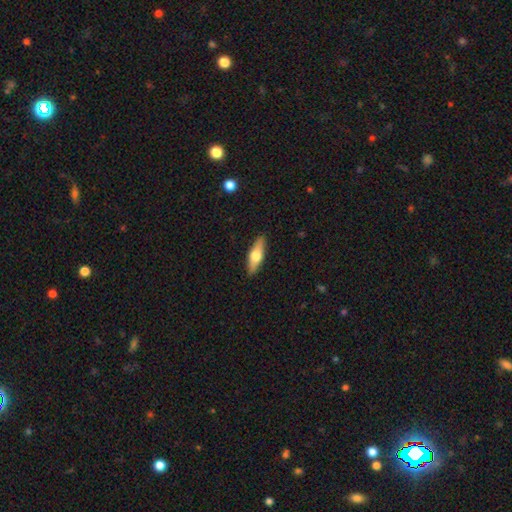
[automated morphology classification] Overall: smooth (56%; featured or disk 38%). How rounded: in between (53%; cigar-shaped 45%). Merging: none (89%).